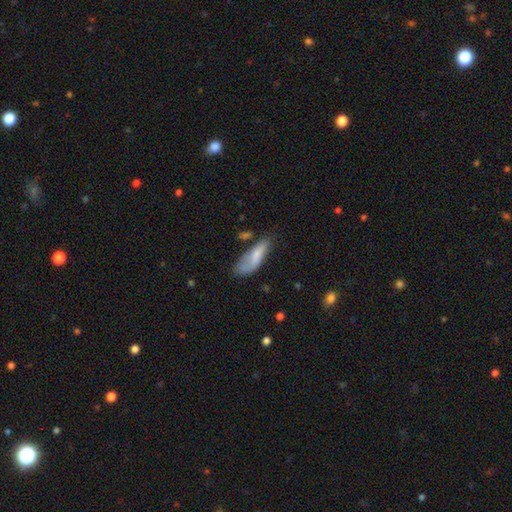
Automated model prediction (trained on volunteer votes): smooth 73%, featured or disk 20%, star or artifact 7%. Down the decision tree: how rounded — in between (63%); merging — none (39%).